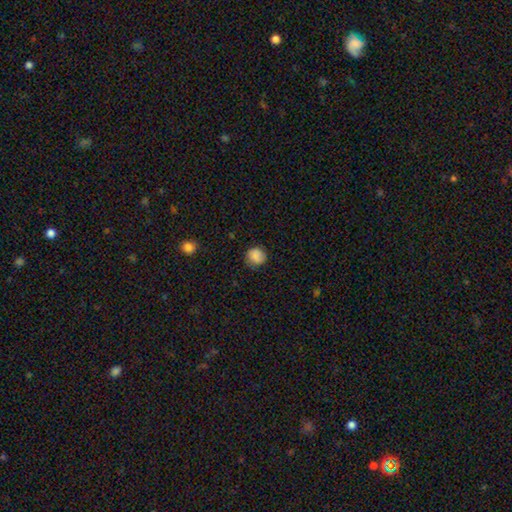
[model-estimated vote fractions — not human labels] smooth-or-featured: smooth: 85% | star or artifact: 9% | featured or disk: 7%
  how-rounded: round: 86% | in between: 13% | cigar-shaped: 1%
  merging: none: 79% | minor disturbance: 16% | major disturbance: 4% | merger: 1%